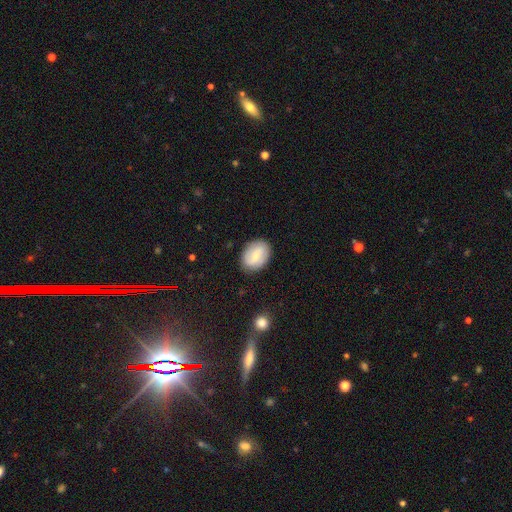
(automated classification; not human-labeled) The model was most divided on "smooth or featured": smooth: 57%, featured or disk: 36%, star or artifact: 7%. More confident: merging — none (84%); how rounded — in between (71%).